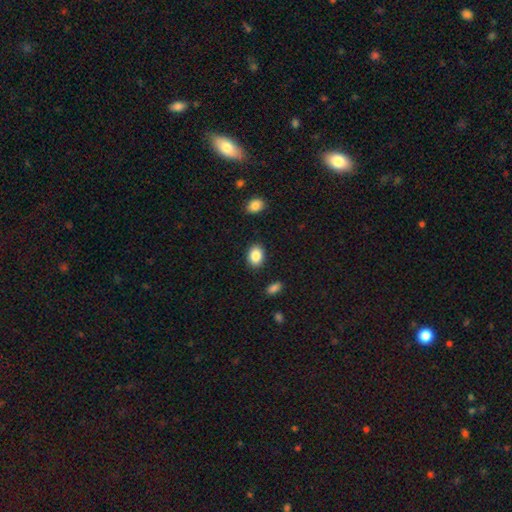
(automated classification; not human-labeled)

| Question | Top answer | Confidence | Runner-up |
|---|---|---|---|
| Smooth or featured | smooth | 87% | star or artifact (8%) |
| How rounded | in between | 72% | round (27%) |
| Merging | none | 88% | minor disturbance (8%) |